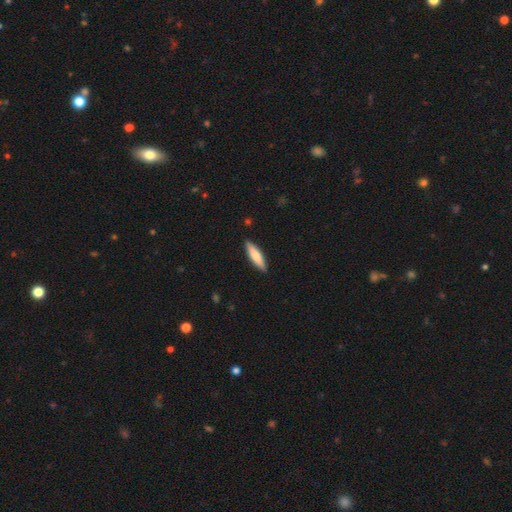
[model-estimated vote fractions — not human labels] A smooth galaxy with no disk features (72%) that is cigar-shaped (72%).

Vote fractions:
- Smooth or featured? smooth: 72% / featured or disk: 23% / star or artifact: 5%
- How rounded? cigar-shaped: 72% / in between: 26% / round: 2%
- Merging? none: 89% / minor disturbance: 8% / major disturbance: 2% / merger: 1%